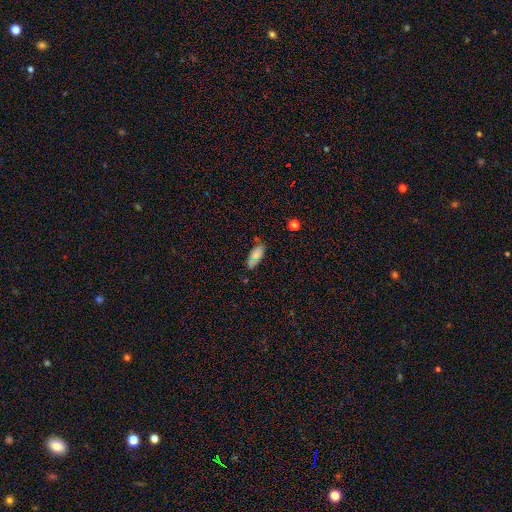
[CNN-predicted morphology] Q: Smooth or featured?
A: smooth (72%); runner-up: featured or disk (15%)
Q: How rounded?
A: in between (84%); runner-up: cigar-shaped (13%)
Q: Merging?
A: none (69%); runner-up: minor disturbance (20%)